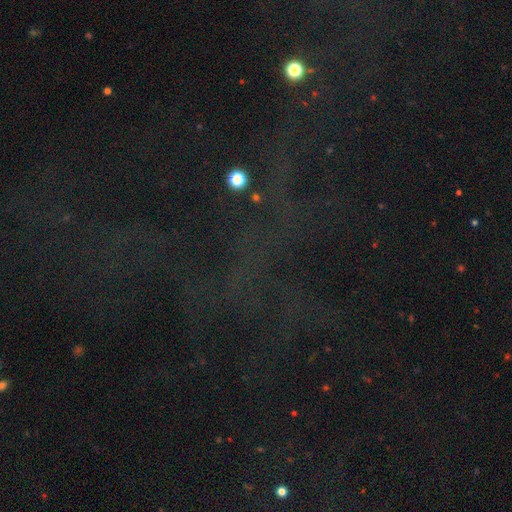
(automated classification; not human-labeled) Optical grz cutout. It shows a star or artifact, not a galaxy (76%).